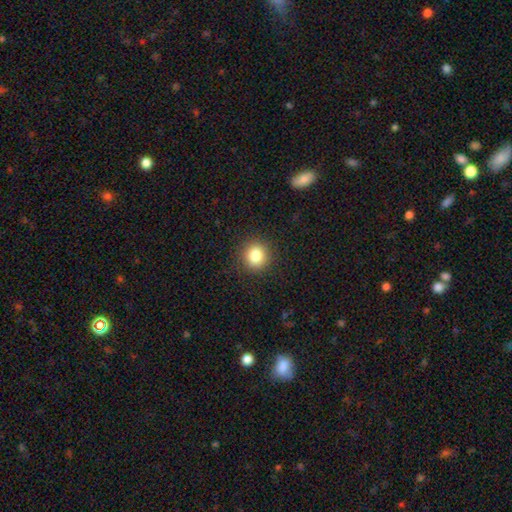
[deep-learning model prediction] Smooth or featured?
  - smooth: 83% *
  - star or artifact: 11%
  - featured or disk: 6%
How rounded?
  - round: 90% *
  - in between: 9%
  - cigar-shaped: 1%
Merging?
  - none: 91% *
  - minor disturbance: 6%
  - major disturbance: 2%
  - merger: 1%